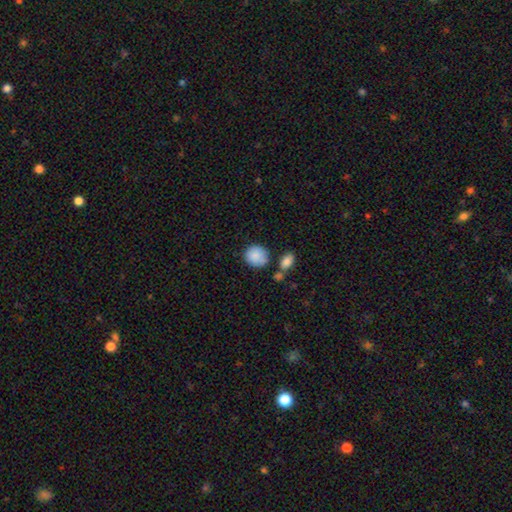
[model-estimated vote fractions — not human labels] A smooth galaxy with no disk features (87%) that is round (81%). Merging: none (66%).